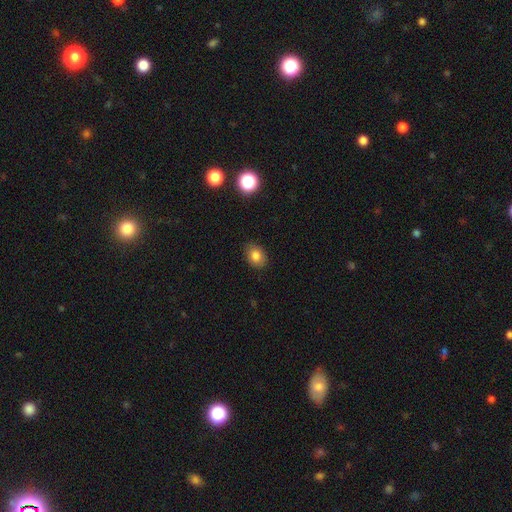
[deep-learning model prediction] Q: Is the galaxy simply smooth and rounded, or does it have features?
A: smooth — 81%.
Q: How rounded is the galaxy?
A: in between — 64%.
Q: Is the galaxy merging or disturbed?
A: none — 87%.